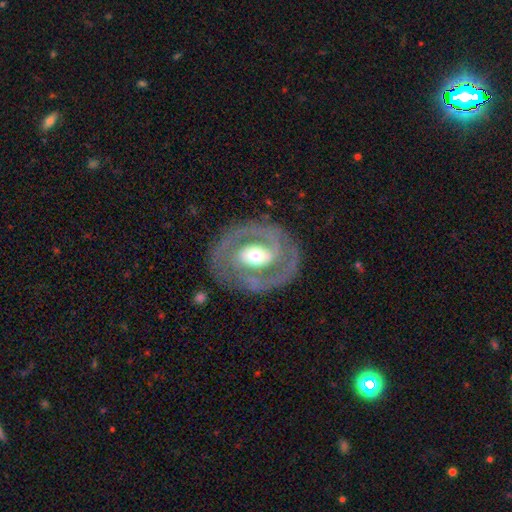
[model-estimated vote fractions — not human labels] This appears to be a featured or disk galaxy (82%) with no bar (44%), 2 (73%) tight (52%) spiral arms (77%) and a moderate central bulge (63%). Merging: none (78%).